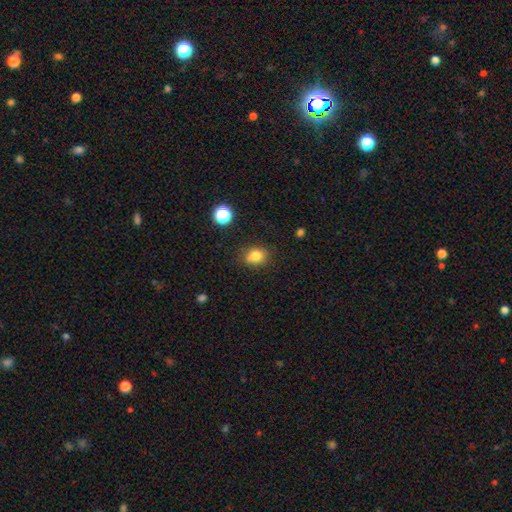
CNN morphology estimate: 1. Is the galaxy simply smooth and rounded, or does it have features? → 80% smooth, 12% star or artifact, 8% featured or disk.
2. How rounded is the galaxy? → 56% round, 43% in between, 1% cigar-shaped.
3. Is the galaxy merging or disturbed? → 70% none, 20% minor disturbance, 5% merger, 5% major disturbance.